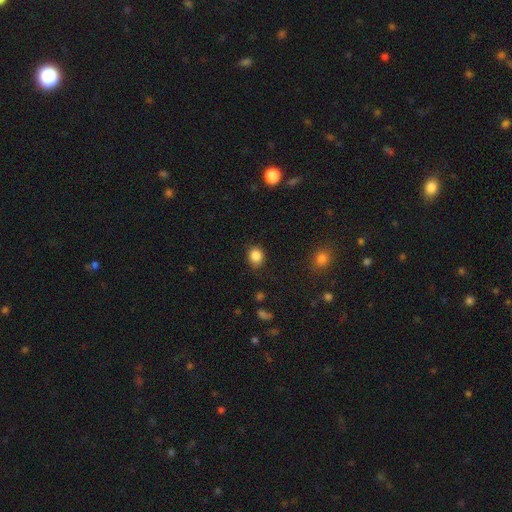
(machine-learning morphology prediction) Smooth or featured? Predicted: smooth (p=0.85). How rounded? Predicted: round (p=0.63). Merging? Predicted: none (p=0.81).